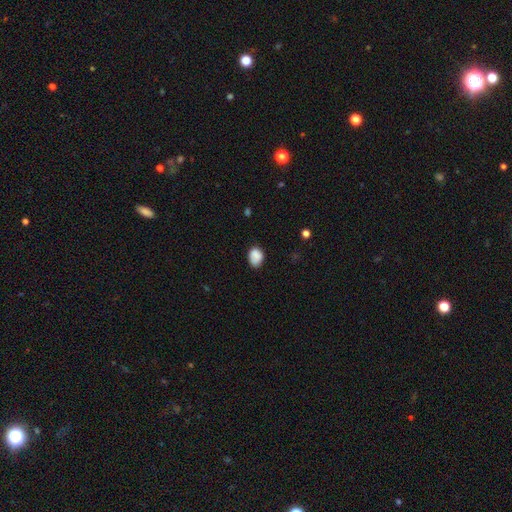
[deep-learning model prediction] Smooth or featured? Predicted: smooth (p=0.84). How rounded? Predicted: in between (p=0.70). Merging? Predicted: none (p=0.66).